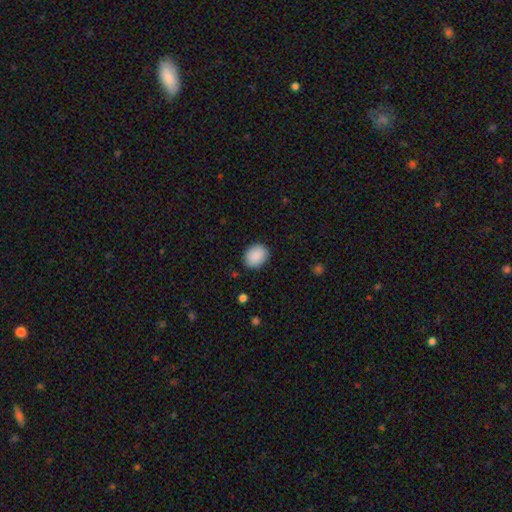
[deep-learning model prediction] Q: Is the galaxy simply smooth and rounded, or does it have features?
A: smooth — 90%.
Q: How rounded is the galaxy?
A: in between — 54%.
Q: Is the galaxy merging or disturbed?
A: none — 87%.